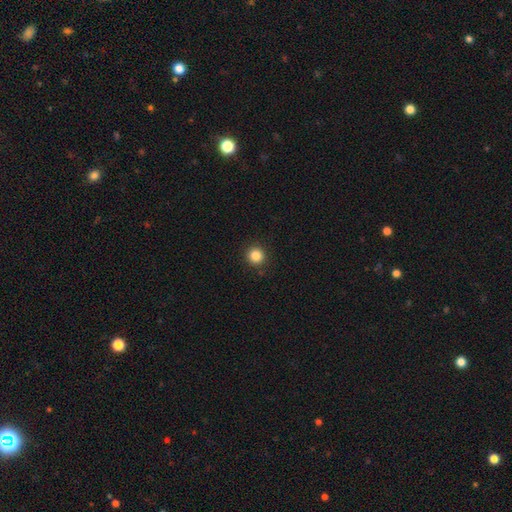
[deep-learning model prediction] Smooth or featured?
  - smooth: 85% *
  - star or artifact: 11%
  - featured or disk: 4%
How rounded?
  - round: 94% *
  - in between: 5%
  - cigar-shaped: 1%
Merging?
  - none: 92% *
  - minor disturbance: 5%
  - major disturbance: 2%
  - merger: 1%